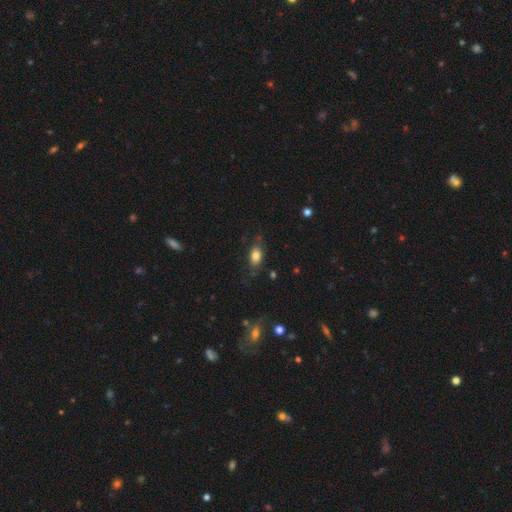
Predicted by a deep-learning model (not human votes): Overall: smooth (77%). How rounded: in between (84%). Merging: none (69%).